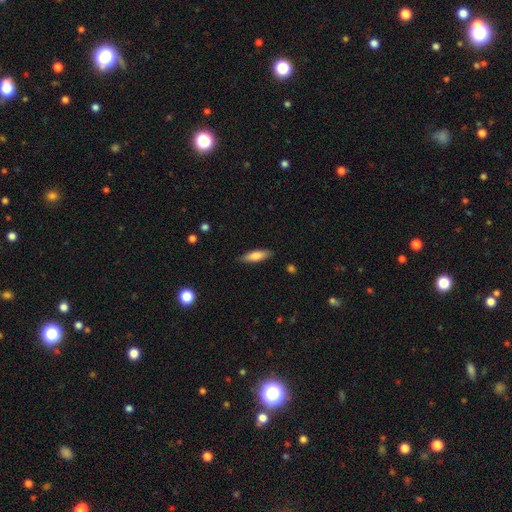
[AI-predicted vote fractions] A smooth galaxy with no disk features (77%) that is cigar-shaped (58%).

Vote fractions:
- Smooth or featured? smooth: 77% / featured or disk: 17% / star or artifact: 6%
- How rounded? cigar-shaped: 58% / in between: 40% / round: 2%
- Merging? none: 86% / minor disturbance: 11% / major disturbance: 2% / merger: 1%